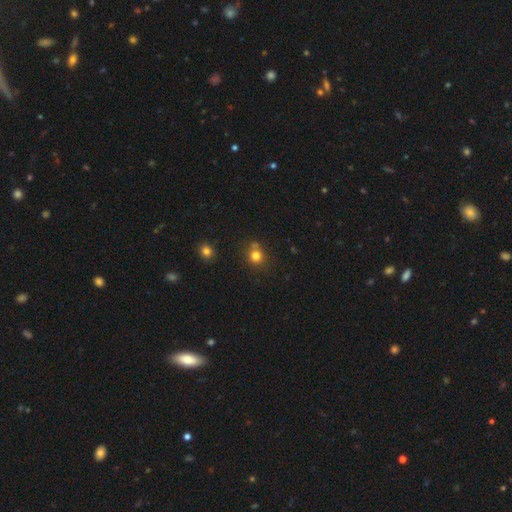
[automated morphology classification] A smooth galaxy with no disk features (80%) that is round (85%). Merging: none (70%).